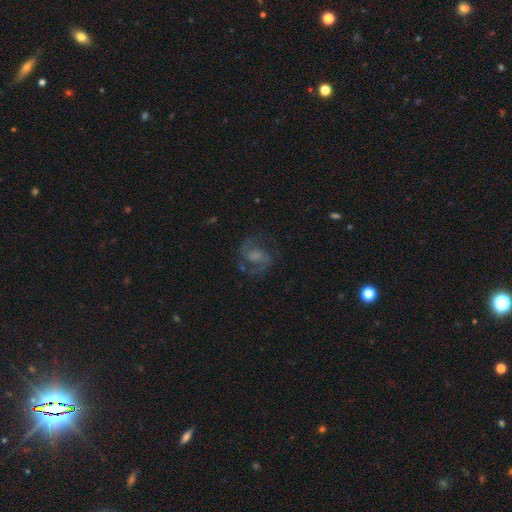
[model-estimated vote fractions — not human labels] This appears to be a featured or disk galaxy (79%) with a weak bar (46%), 2 (89%) medium (58%) spiral arms (95%) and no central bulge (30%). Merging: none (72%).